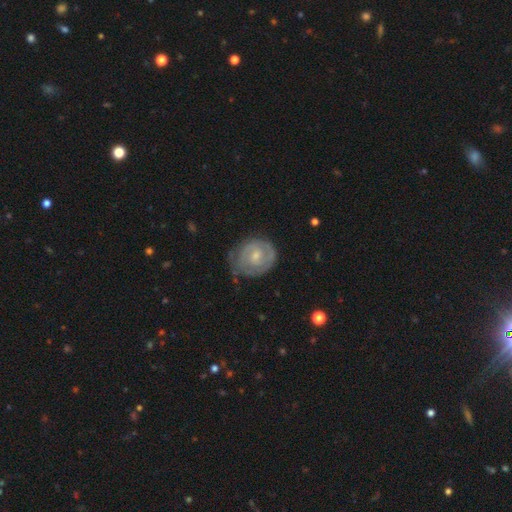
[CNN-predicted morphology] A featured or disk galaxy (68%) with no bar (56%), 2 (46%) tight (66%) spiral arms (81%) and a small central bulge (55%).

Vote fractions:
- Smooth or featured? featured or disk: 68% / smooth: 27% / star or artifact: 6%
- Edge-on disk? no: 97% / yes: 3%
- Bar? no: 56% / weak: 38% / strong: 6%
- Spiral arms? yes: 81% / no: 19%
- Spiral winding? tight: 66% / medium: 26% / loose: 8%
- Spiral arm count? 2: 46% / can't tell: 32% / 1: 11% / 3: 6% / 4: 2% / more than 4: 2%
- Bulge size? small: 55% / moderate: 38% / none: 4% / large: 2% / dominant: 1%
- Merging? none: 60% / minor disturbance: 27% / major disturbance: 11% / merger: 2%